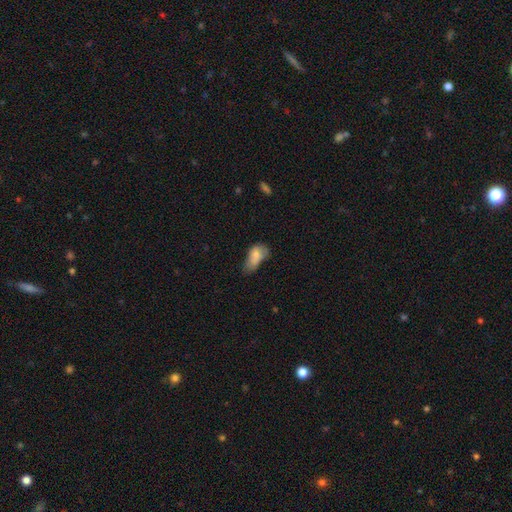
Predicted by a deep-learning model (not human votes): This appears to be a smooth galaxy with no disk features (73%) that is in between round and cigar-shaped (88%). Merging: minor disturbance (36%).